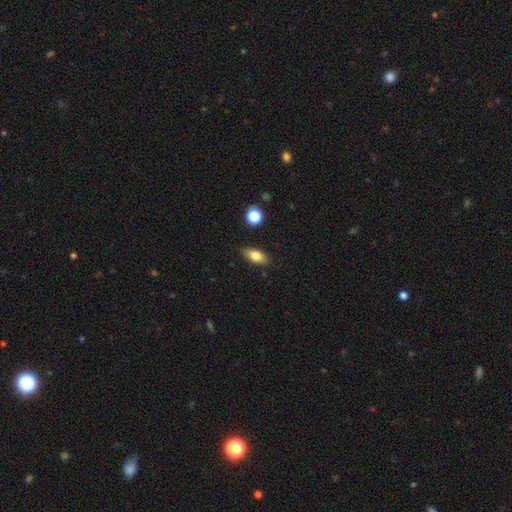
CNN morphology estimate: type=smooth (77%); roundness=in between (83%); merging=none (85%).